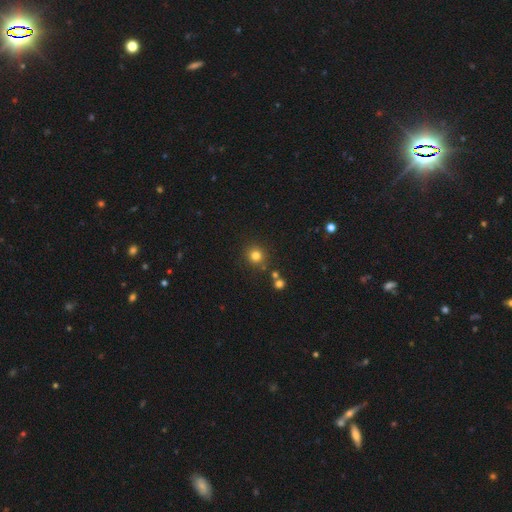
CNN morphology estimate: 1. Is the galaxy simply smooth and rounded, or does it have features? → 80% smooth, 14% star or artifact, 6% featured or disk.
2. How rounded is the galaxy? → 90% round, 9% in between, 1% cigar-shaped.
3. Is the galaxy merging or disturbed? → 84% none, 8% minor disturbance, 5% merger, 3% major disturbance.